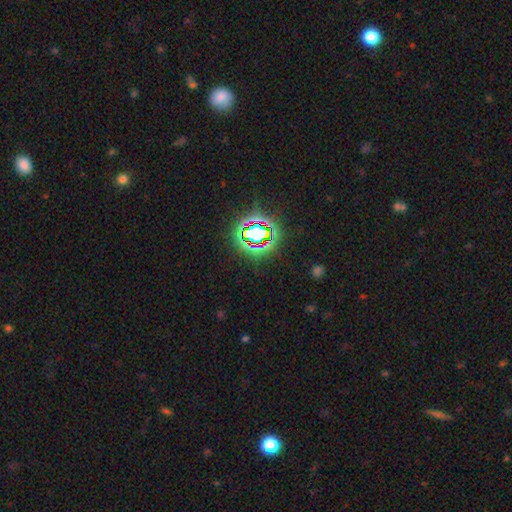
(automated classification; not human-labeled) This is likely a star or artifact rather than a galaxy (79%).